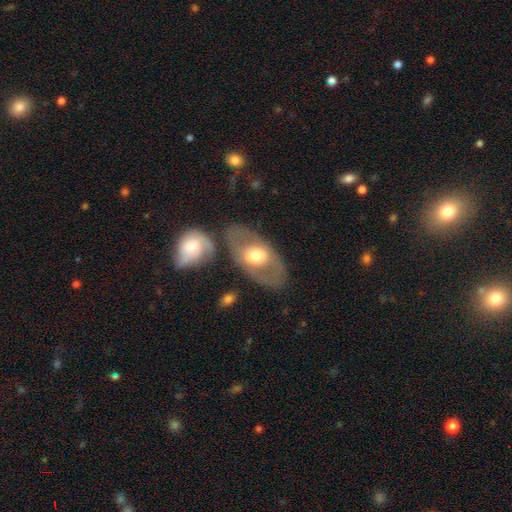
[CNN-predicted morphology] smooth-or-featured: featured or disk: 50% | smooth: 44% | star or artifact: 6%
  disk-edge-on: no: 86% | yes: 14%
  merging: none: 71% | minor disturbance: 13% | merger: 11% | major disturbance: 6%